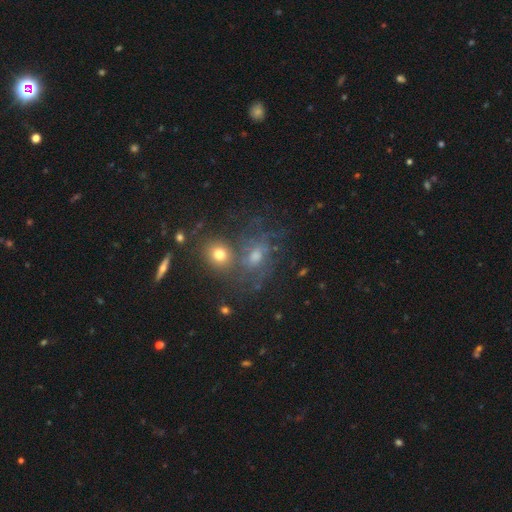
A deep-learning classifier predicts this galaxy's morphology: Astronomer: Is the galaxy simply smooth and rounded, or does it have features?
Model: featured or disk — 43% (runner-up: smooth, 37%).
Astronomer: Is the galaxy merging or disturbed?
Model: none — 47% (runner-up: merger, 24%).